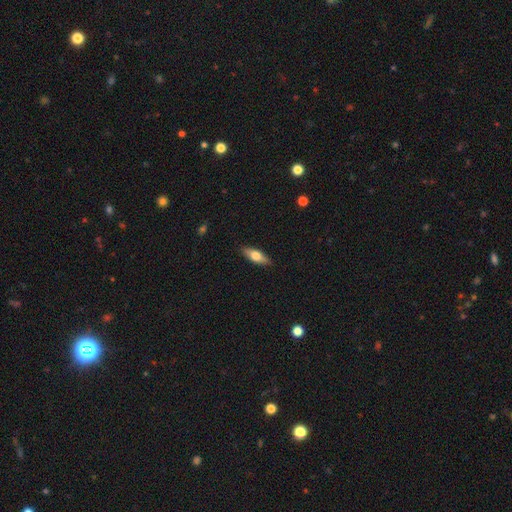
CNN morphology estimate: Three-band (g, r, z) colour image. It shows a smooth galaxy with no disk features (62%) that is in between round and cigar-shaped (63%). Merging: none (88%).